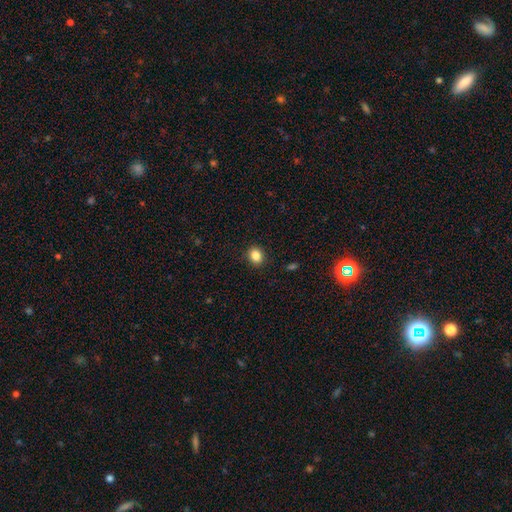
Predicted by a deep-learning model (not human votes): Smooth or featured?
  - smooth: 85% *
  - star or artifact: 10%
  - featured or disk: 4%
How rounded?
  - round: 62% *
  - in between: 37%
  - cigar-shaped: 1%
Merging?
  - none: 90% *
  - minor disturbance: 7%
  - major disturbance: 2%
  - merger: 1%